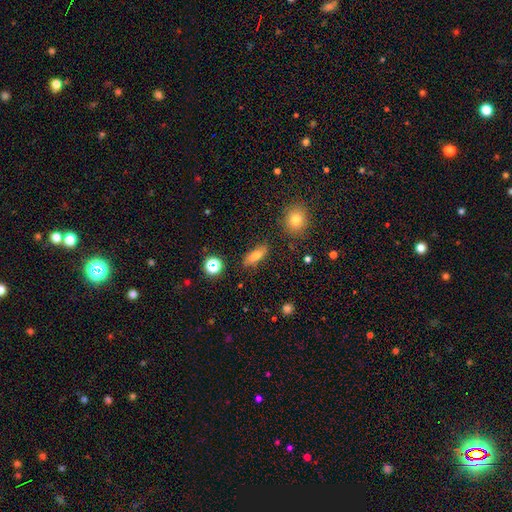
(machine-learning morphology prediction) Smooth or featured? smooth (67%)
How rounded? in between (62%)
Merging? none (85%)